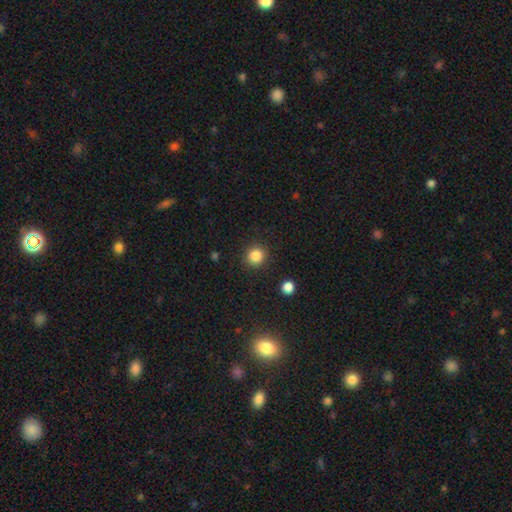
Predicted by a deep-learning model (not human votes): smooth 85%, star or artifact 11%, featured or disk 4%. Down the decision tree: how rounded — round (90%); merging — none (89%).